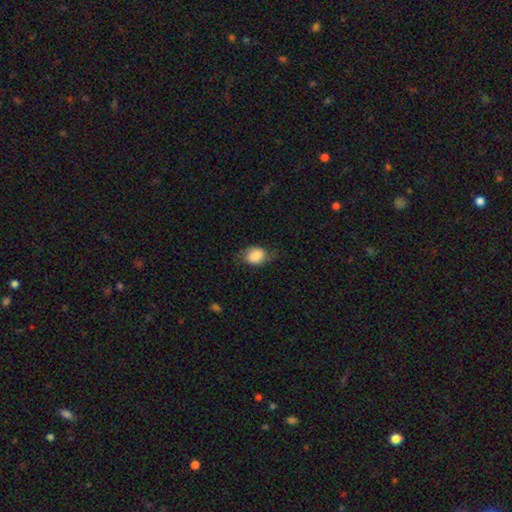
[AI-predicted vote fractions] smooth-or-featured: smooth: 83% | featured or disk: 10% | star or artifact: 8%
  how-rounded: in between: 60% | round: 39% | cigar-shaped: 1%
  merging: none: 64% | minor disturbance: 25% | major disturbance: 9% | merger: 1%